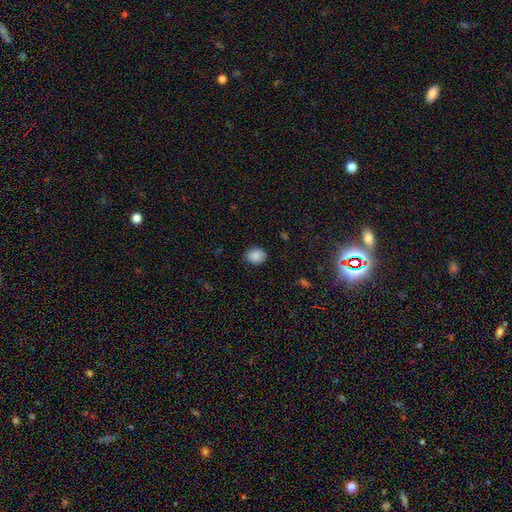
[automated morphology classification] Smooth or featured: smooth — 88% (star or artifact — 9%)
How rounded: round — 56% (in between — 43%)
Merging: none — 86% (minor disturbance — 10%)